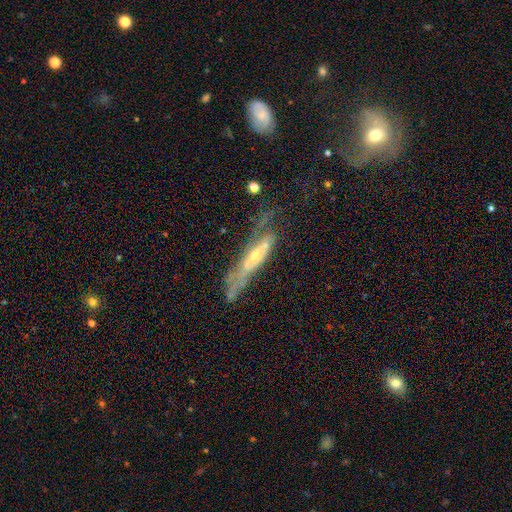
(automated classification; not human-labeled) featured or disk 71%, smooth 22%, star or artifact 7%. Down the decision tree: edge-on disk — no (51%); merging — none (37%).